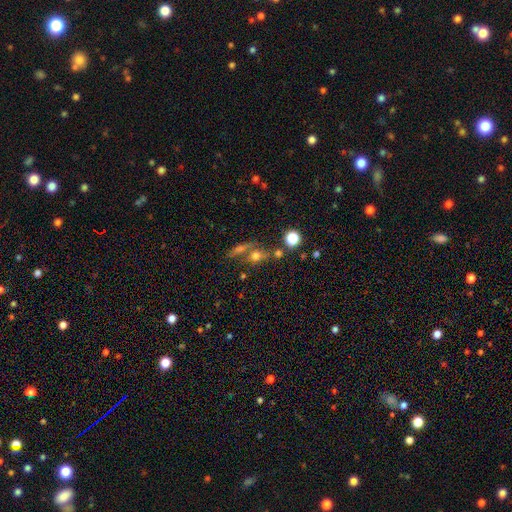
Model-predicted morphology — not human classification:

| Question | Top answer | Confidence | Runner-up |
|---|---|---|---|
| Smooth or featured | smooth | 52% | featured or disk (25%) |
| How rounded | round | 54% | in between (32%) |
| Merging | none | 49% | merger (32%) |